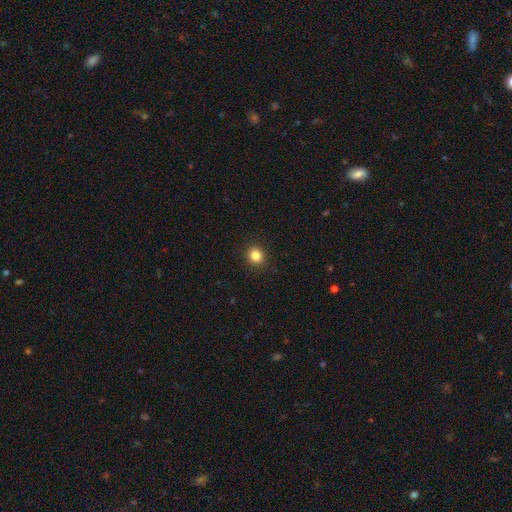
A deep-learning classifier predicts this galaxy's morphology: Smooth or featured? Predicted: smooth (p=0.85). How rounded? Predicted: round (p=0.84). Merging? Predicted: none (p=0.92).